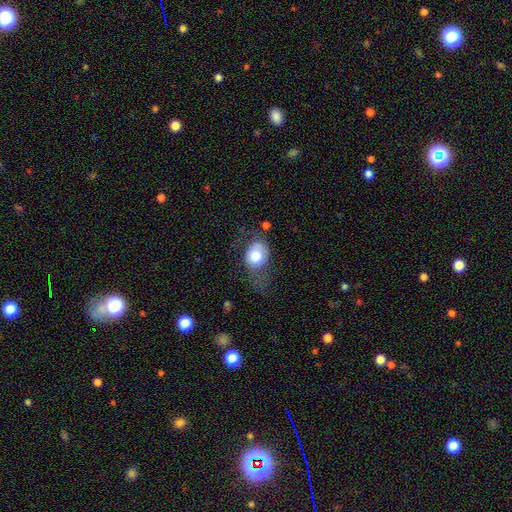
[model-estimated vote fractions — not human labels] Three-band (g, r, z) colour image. It shows a smooth galaxy with no disk features (71%) that is in between round and cigar-shaped (54%). Merging: none (37%).